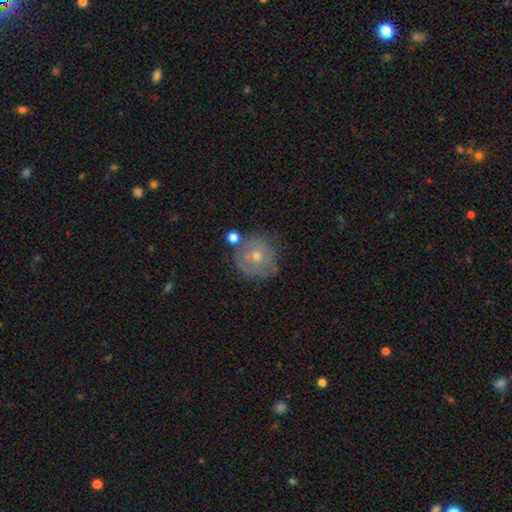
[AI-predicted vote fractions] smooth_or_featured: smooth (p=0.45) [alt: featured or disk p=0.43]
merging: none (p=0.70) [alt: minor disturbance p=0.17]